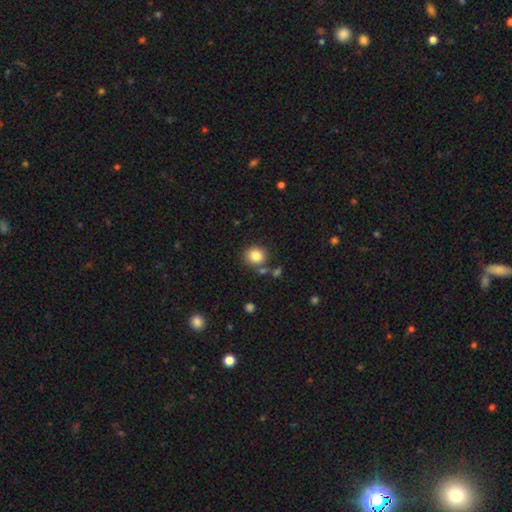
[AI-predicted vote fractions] Q: Smooth or featured?
A: smooth (85%); runner-up: star or artifact (10%)
Q: How rounded?
A: round (82%); runner-up: in between (17%)
Q: Merging?
A: none (77%); runner-up: minor disturbance (10%)